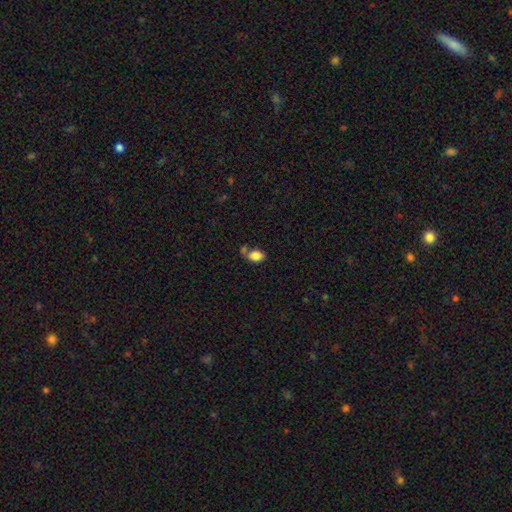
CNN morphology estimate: smooth-or-featured: smooth: 84% | star or artifact: 9% | featured or disk: 7%
  how-rounded: in between: 80% | round: 18% | cigar-shaped: 1%
  merging: none: 50% | merger: 27% | minor disturbance: 17% | major disturbance: 6%